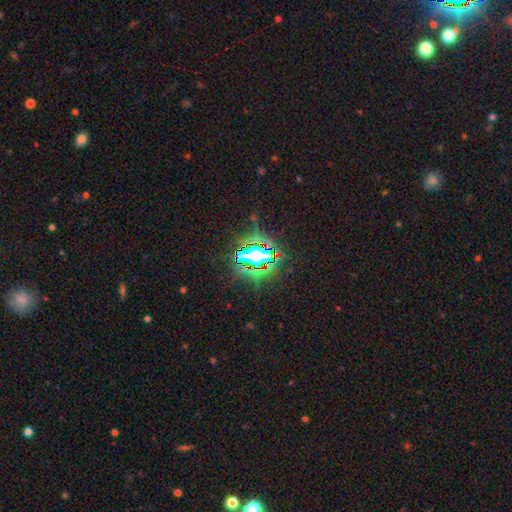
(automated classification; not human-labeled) This appears to be a star or artifact, not a galaxy (67%).